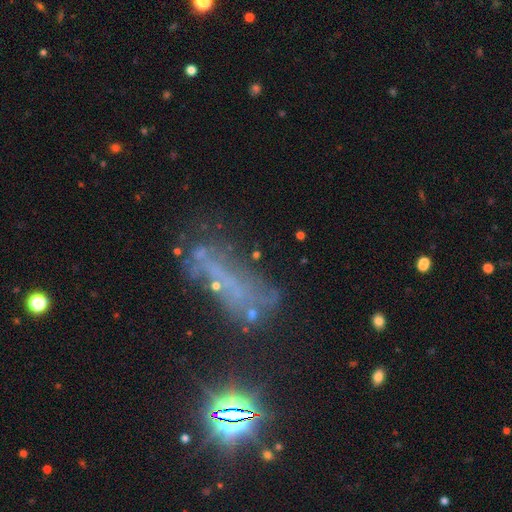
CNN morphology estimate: Smooth or featured? Predicted: featured or disk (p=0.45). Merging? Predicted: none (p=0.43).